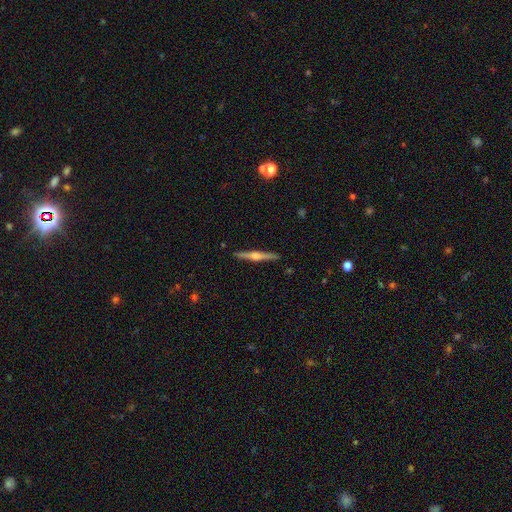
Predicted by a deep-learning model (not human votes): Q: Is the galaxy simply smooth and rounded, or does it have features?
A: featured or disk — 72%.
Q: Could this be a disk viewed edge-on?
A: yes — 98%.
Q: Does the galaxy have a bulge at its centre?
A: rounded — 87%.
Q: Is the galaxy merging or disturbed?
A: none — 91%.